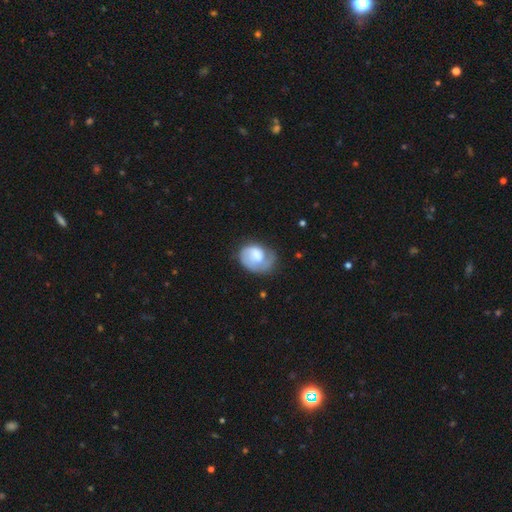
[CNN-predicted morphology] The model was most divided on "smooth or featured": featured or disk: 51%, smooth: 43%, star or artifact: 6%. Remaining: edge-on disk — no (98%); merging — none (47%).